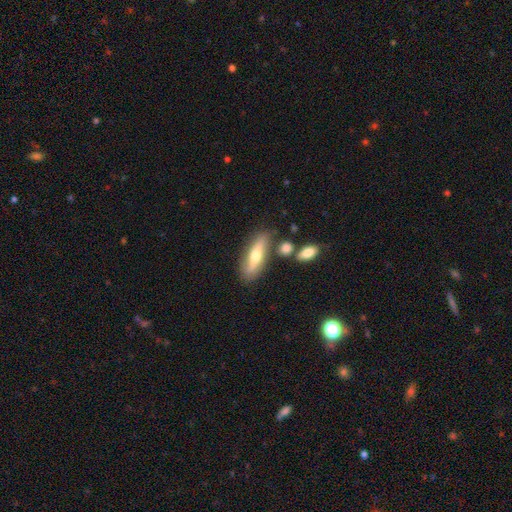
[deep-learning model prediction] This is possibly a smooth galaxy (52%). How rounded: possibly cigar-shaped (52%). Merging: likely none (75%).